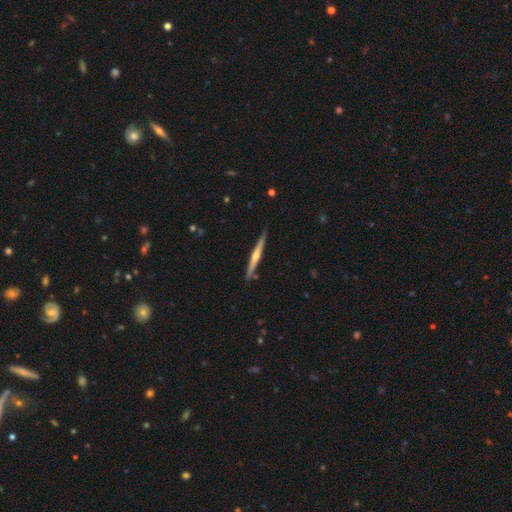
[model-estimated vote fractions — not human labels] Overall: featured or disk (62%; smooth 33%). Edge-on disk: yes (97%). Edge-on bulge: rounded (72%). Merging: none (82%).